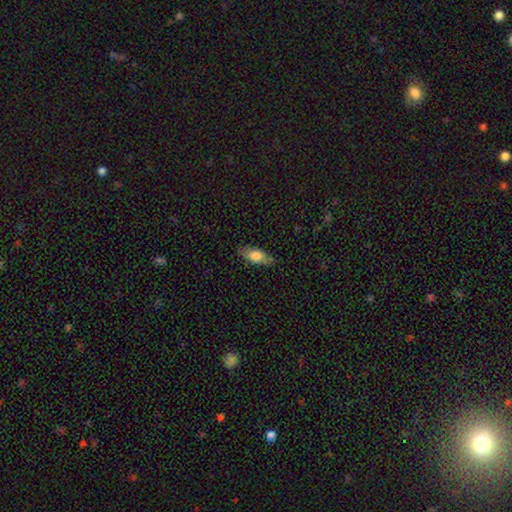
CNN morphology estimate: Smooth or featured? smooth (74%)
How rounded? in between (79%)
Merging? none (81%)